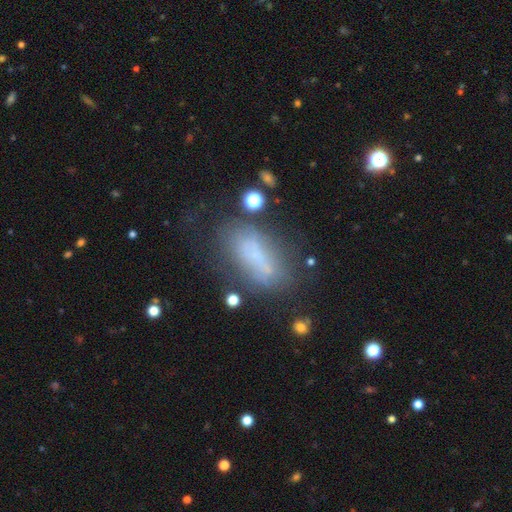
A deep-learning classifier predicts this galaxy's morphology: A smooth galaxy with no disk features (56%) that is in between round and cigar-shaped (74%).

Vote fractions:
- Smooth or featured? smooth: 56% / featured or disk: 30% / star or artifact: 14%
- How rounded? in between: 74% / cigar-shaped: 22% / round: 4%
- Merging? none: 48% / minor disturbance: 24% / major disturbance: 19% / merger: 8%